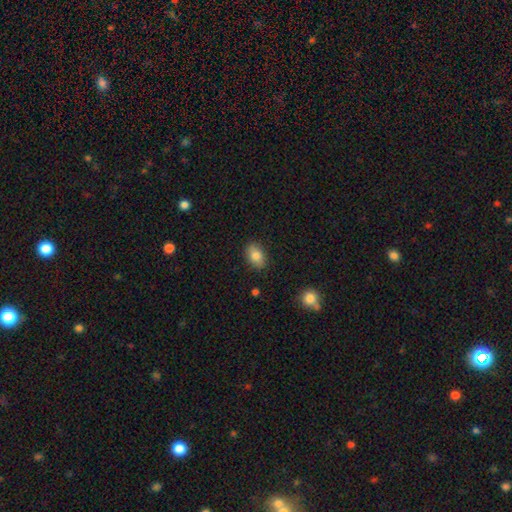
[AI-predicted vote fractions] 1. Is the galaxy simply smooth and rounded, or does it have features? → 83% smooth, 9% featured or disk, 8% star or artifact.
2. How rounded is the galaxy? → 84% in between, 14% round, 2% cigar-shaped.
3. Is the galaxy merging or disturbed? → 86% none, 10% minor disturbance, 2% major disturbance, 1% merger.